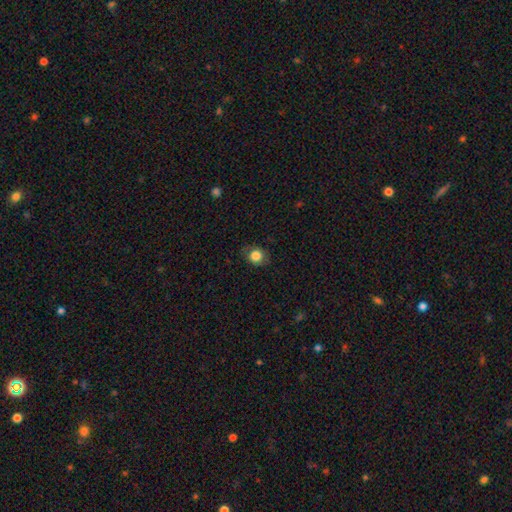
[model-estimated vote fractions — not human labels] smooth 82%, star or artifact 10%, featured or disk 8%. Down the decision tree: how rounded — round (72%); merging — none (79%).